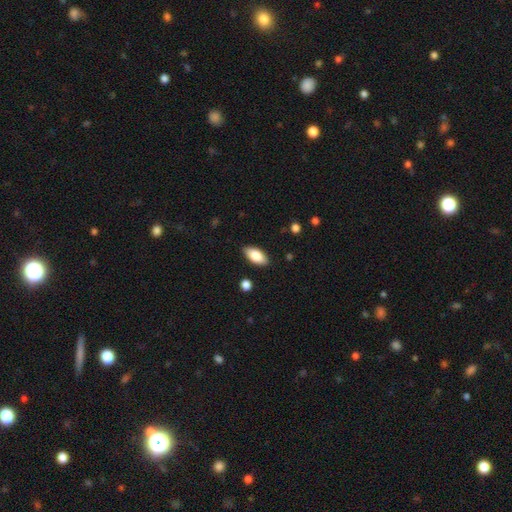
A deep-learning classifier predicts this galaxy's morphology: Smooth or featured?
  - smooth: 83% *
  - featured or disk: 10%
  - star or artifact: 6%
How rounded?
  - in between: 90% *
  - cigar-shaped: 7%
  - round: 2%
Merging?
  - none: 87% *
  - minor disturbance: 10%
  - major disturbance: 2%
  - merger: 1%